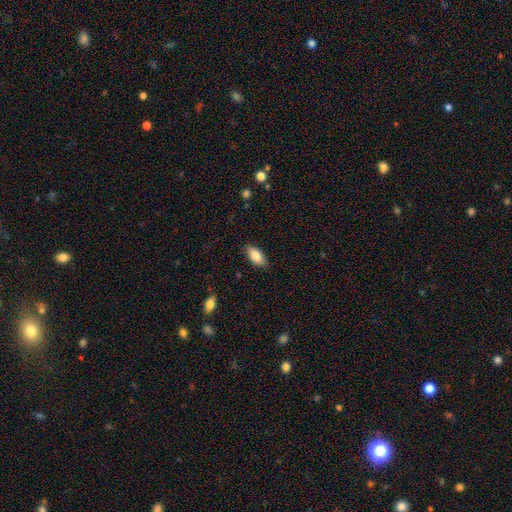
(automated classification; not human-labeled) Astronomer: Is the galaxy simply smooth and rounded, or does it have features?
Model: smooth — 86%.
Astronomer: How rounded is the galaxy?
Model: in between — 91%.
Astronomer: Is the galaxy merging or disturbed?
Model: none — 84%.